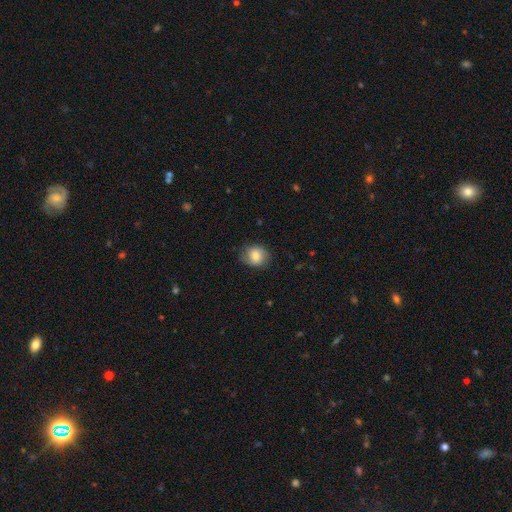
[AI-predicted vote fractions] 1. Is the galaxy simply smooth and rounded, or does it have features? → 76% smooth, 16% featured or disk, 8% star or artifact.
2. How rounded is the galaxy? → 66% round, 34% in between, 1% cigar-shaped.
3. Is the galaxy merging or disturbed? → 77% none, 18% minor disturbance, 5% major disturbance, 1% merger.